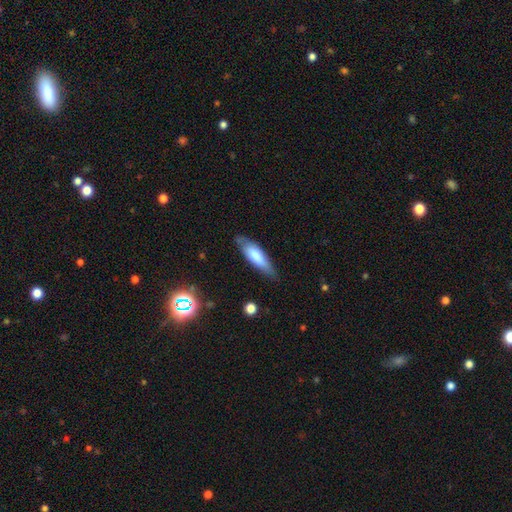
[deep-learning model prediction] Morphology: type=smooth (71%); roundness=cigar-shaped (53%); merging=none (75%).